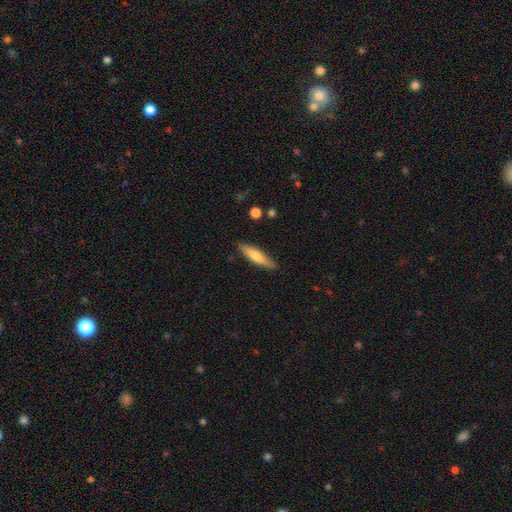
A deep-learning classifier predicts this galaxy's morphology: The model was most divided on "smooth or featured": smooth: 62%, featured or disk: 32%, star or artifact: 6%. More confident: merging — none (87%); how rounded — cigar-shaped (79%).